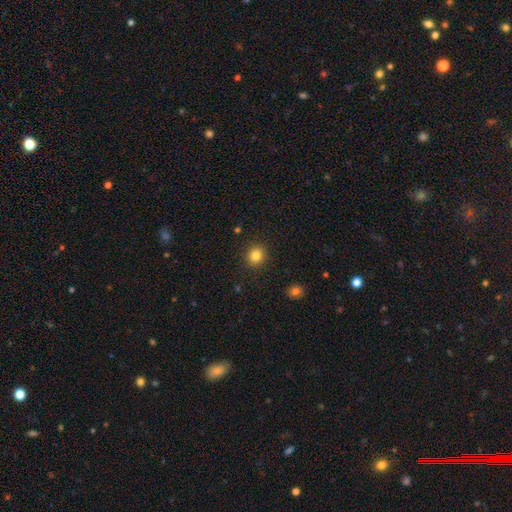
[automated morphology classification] Q: Smooth or featured?
A: smooth (84%); runner-up: star or artifact (11%)
Q: How rounded?
A: round (85%); runner-up: in between (14%)
Q: Merging?
A: none (91%); runner-up: minor disturbance (6%)